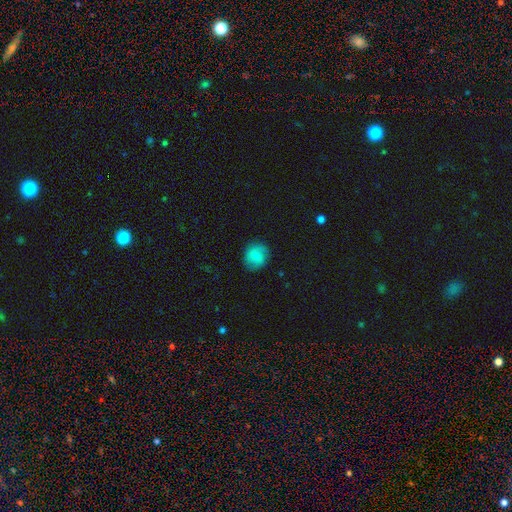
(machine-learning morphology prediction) Smooth or featured? Predicted: smooth (p=0.67). How rounded? Predicted: round (p=0.74). Merging? Predicted: none (p=0.84).